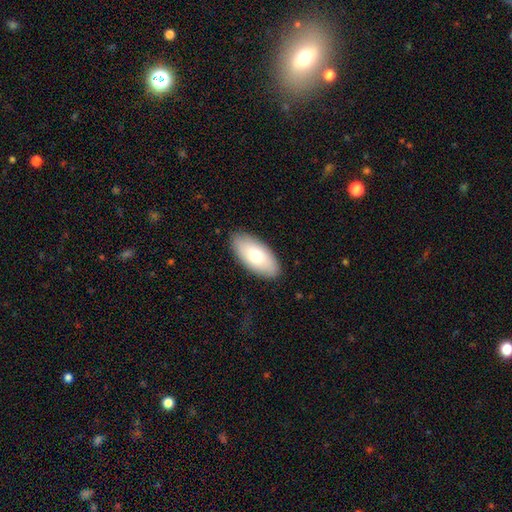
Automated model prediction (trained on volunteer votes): Smooth or featured? Predicted: smooth (p=0.75). How rounded? Predicted: in between (p=0.92). Merging? Predicted: none (p=0.88).